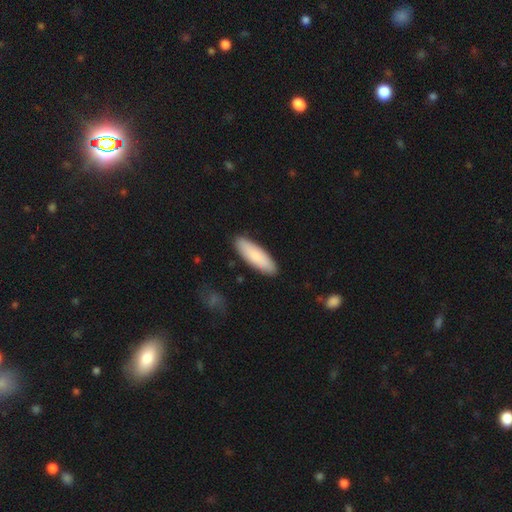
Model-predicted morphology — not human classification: Smooth or featured?
  - smooth: 85% *
  - featured or disk: 10%
  - star or artifact: 5%
How rounded?
  - cigar-shaped: 52% *
  - in between: 47%
  - round: 1%
Merging?
  - none: 89% *
  - minor disturbance: 8%
  - major disturbance: 2%
  - merger: 1%